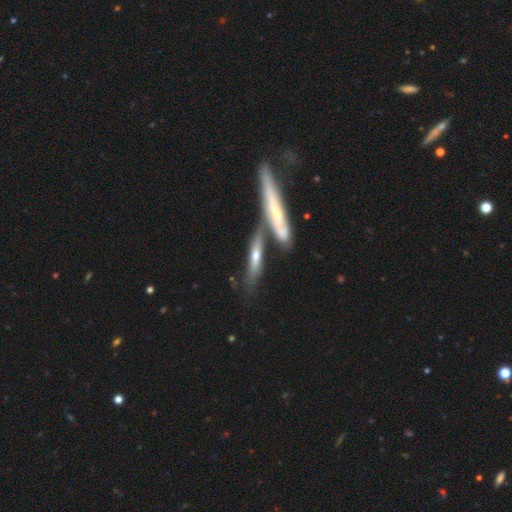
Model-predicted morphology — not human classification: A featured or disk galaxy (58%) viewed edge-on (83%).

Vote fractions:
- Smooth or featured? featured or disk: 58% / smooth: 35% / star or artifact: 7%
- Edge-on disk? yes: 83% / no: 17%
- Merging? none: 44% / merger: 39% / minor disturbance: 12% / major disturbance: 4%